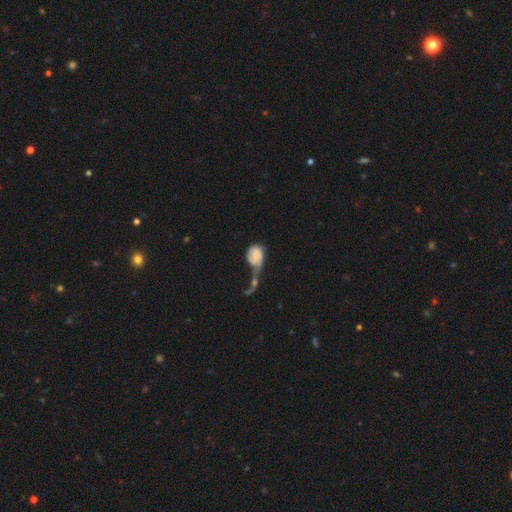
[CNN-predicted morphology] This is likely a smooth galaxy (61%). How rounded: likely in between (61%). Merging: possibly merger (51%).